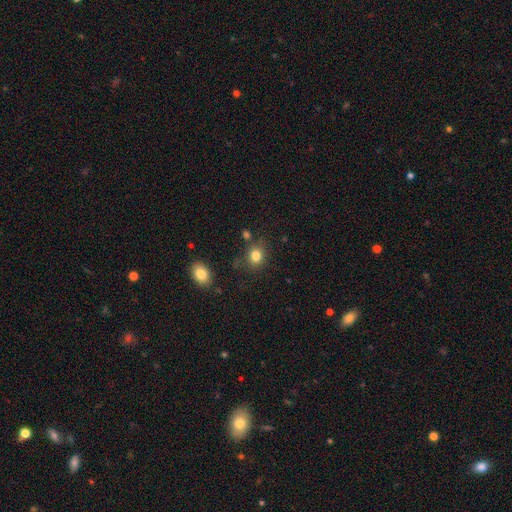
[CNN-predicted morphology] Smooth or featured: smooth — 81% (star or artifact — 12%)
How rounded: round — 66% (in between — 33%)
Merging: none — 76% (minor disturbance — 14%)